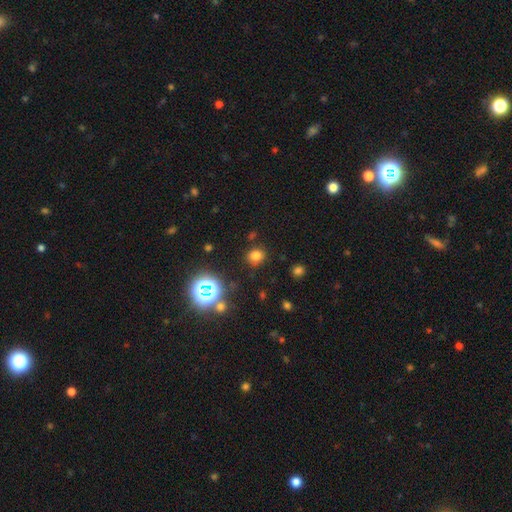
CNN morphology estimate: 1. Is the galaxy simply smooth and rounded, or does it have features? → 72% smooth, 22% star or artifact, 6% featured or disk.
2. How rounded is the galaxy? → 76% round, 23% in between, 1% cigar-shaped.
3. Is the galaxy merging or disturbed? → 84% none, 10% minor disturbance, 4% major disturbance, 3% merger.